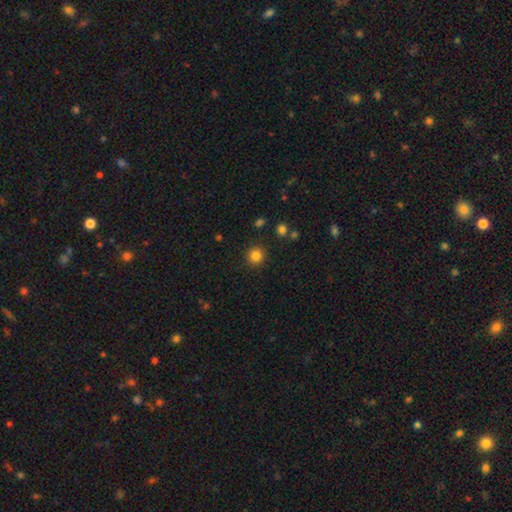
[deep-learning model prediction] A smooth galaxy with no disk features (84%) that is round (93%).

Vote fractions:
- Smooth or featured? smooth: 84% / star or artifact: 12% / featured or disk: 4%
- How rounded? round: 93% / in between: 6% / cigar-shaped: 1%
- Merging? none: 90% / minor disturbance: 6% / major disturbance: 2% / merger: 2%